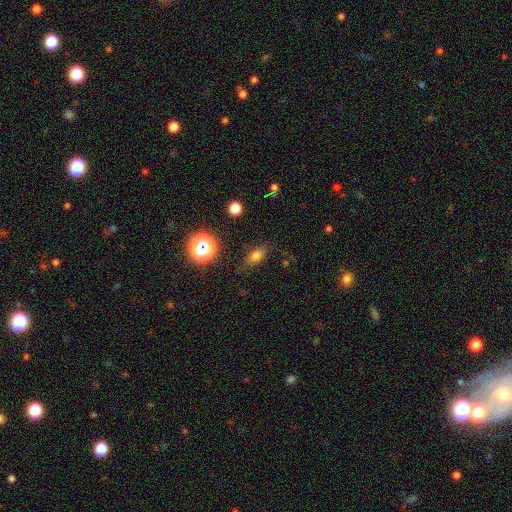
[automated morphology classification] Q: Smooth or featured?
A: smooth (74%); runner-up: star or artifact (15%)
Q: How rounded?
A: in between (74%); runner-up: round (17%)
Q: Merging?
A: none (81%); runner-up: minor disturbance (13%)